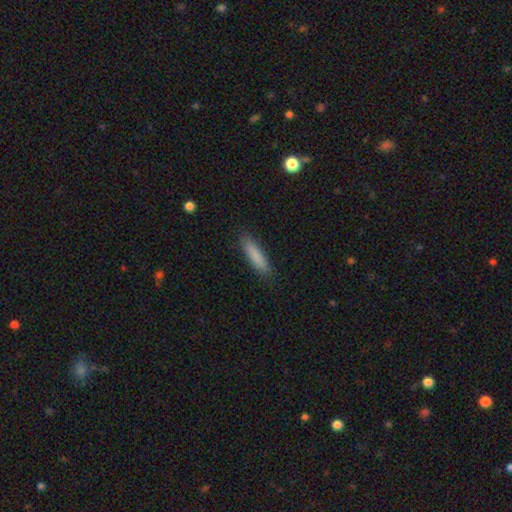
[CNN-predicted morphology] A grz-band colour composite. It shows a smooth galaxy with no disk features (85%) that is cigar-shaped (81%). Merging: none (88%).